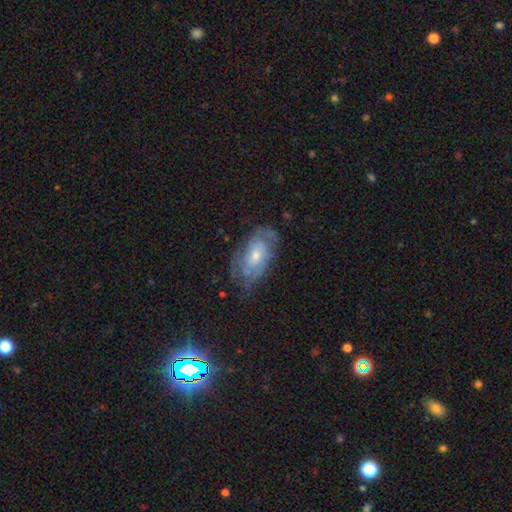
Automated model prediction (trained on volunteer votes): A featured or disk galaxy (64%) with no bar (74%), spiral arms (76%) and a small central bulge (49%).

Vote fractions:
- Smooth or featured? featured or disk: 64% / smooth: 27% / star or artifact: 9%
- Edge-on disk? no: 93% / yes: 7%
- Bar? no: 74% / weak: 22% / strong: 4%
- Spiral arms? yes: 76% / no: 24%
- Bulge size? small: 49% / moderate: 44% / large: 4% / none: 2% / dominant: 1%
- Merging? none: 62% / minor disturbance: 24% / major disturbance: 12% / merger: 2%